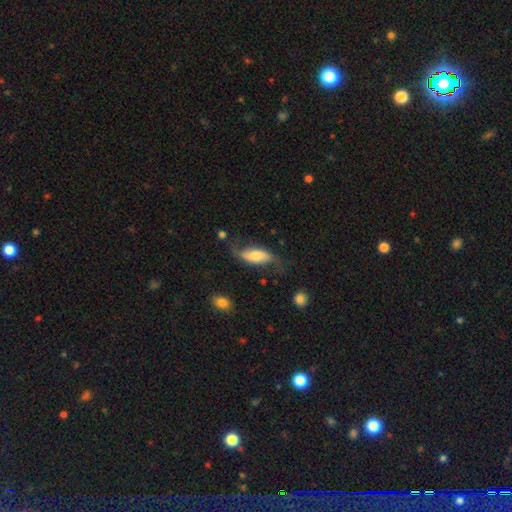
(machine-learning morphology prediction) Overall: featured or disk (49%; smooth 44%). Merging: none (56%; minor disturbance 26%).